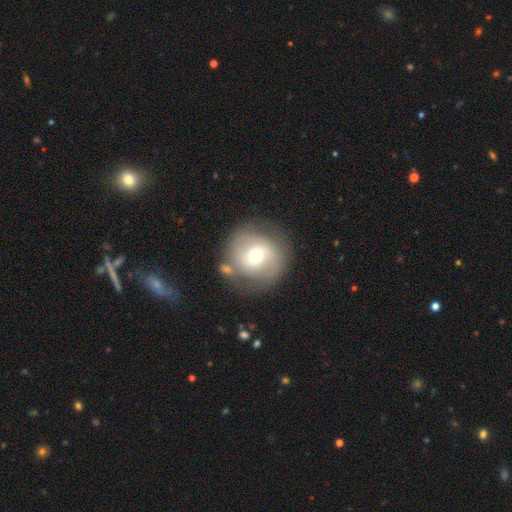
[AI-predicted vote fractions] A smooth galaxy with no disk features (47%). Merging: none (73%).